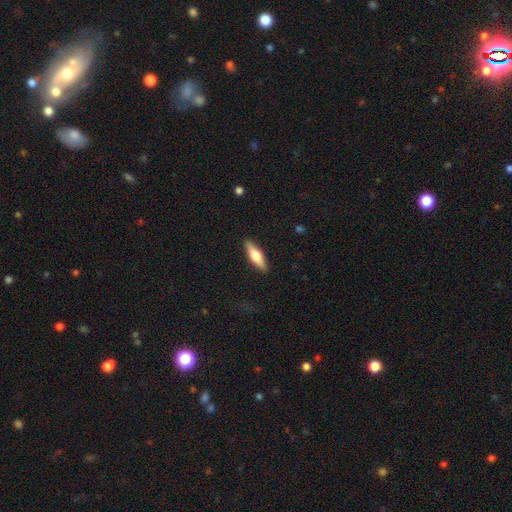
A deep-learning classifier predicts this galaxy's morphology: Q: Smooth or featured?
A: smooth (56%); runner-up: featured or disk (38%)
Q: How rounded?
A: cigar-shaped (57%); runner-up: in between (41%)
Q: Merging?
A: none (90%); runner-up: minor disturbance (7%)